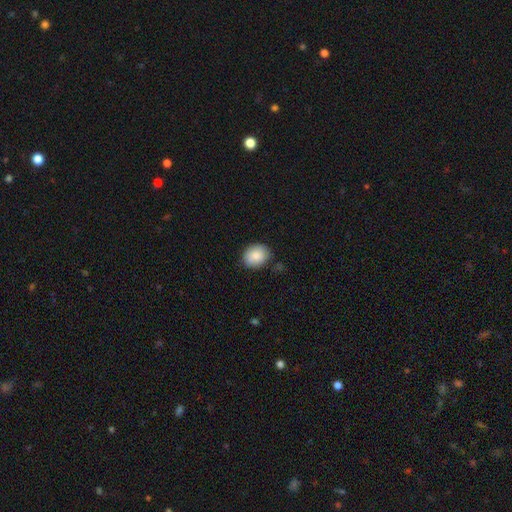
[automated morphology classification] Smooth or featured? Predicted: smooth (p=0.87). How rounded? Predicted: round (p=0.50). Merging? Predicted: none (p=0.80).